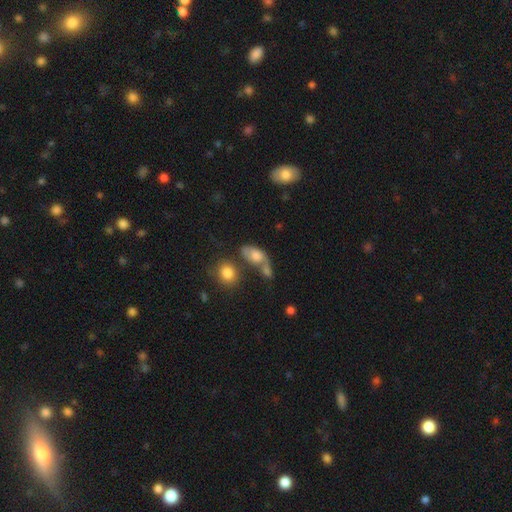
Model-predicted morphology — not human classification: smooth_or_featured: smooth (p=0.60) [alt: featured or disk p=0.30]
how_rounded: in between (p=0.84) [alt: round p=0.11]
merging: merger (p=0.36) [alt: none p=0.31]